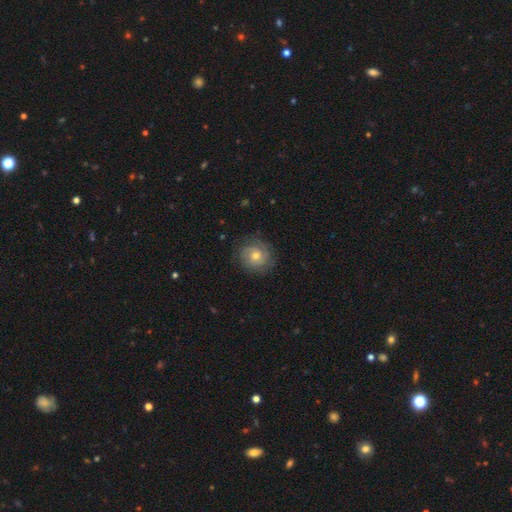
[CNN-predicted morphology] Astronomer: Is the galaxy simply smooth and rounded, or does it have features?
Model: featured or disk — 53% (runner-up: smooth, 36%).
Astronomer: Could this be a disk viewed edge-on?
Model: no — 97%.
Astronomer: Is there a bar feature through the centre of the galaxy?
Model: no — 82%.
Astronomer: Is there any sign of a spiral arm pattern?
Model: yes — 81%.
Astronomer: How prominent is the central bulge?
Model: moderate — 61%.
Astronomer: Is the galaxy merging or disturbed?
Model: none — 80%.